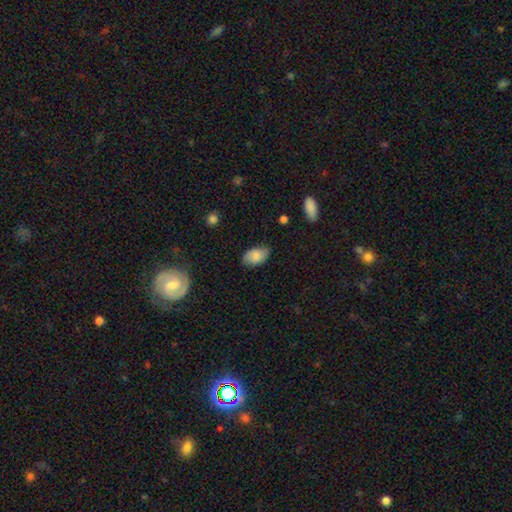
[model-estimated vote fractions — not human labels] smooth-or-featured: smooth: 84% | featured or disk: 9% | star or artifact: 7%
  how-rounded: in between: 93% | round: 6% | cigar-shaped: 1%
  merging: none: 80% | minor disturbance: 16% | major disturbance: 3% | merger: 1%